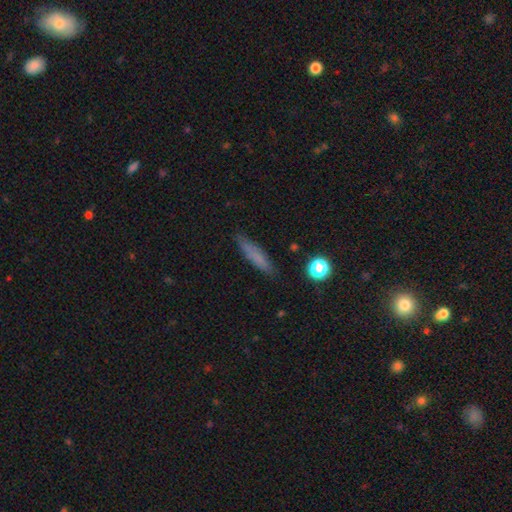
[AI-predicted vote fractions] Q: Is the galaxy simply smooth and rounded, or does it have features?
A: smooth — 73%.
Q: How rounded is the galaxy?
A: cigar-shaped — 85%.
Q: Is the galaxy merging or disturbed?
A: none — 84%.